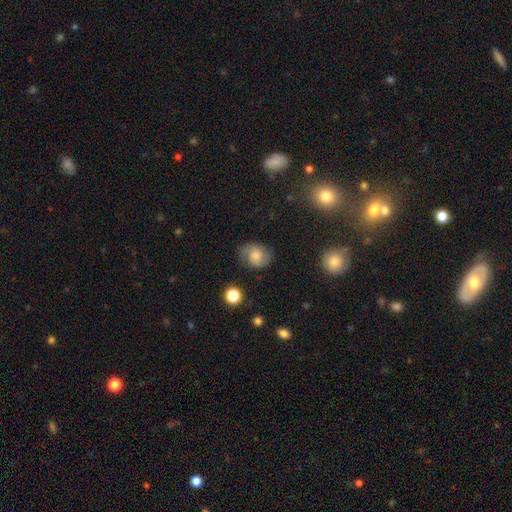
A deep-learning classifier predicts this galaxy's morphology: The model was most divided on "smooth or featured": smooth: 49%, featured or disk: 40%, star or artifact: 11%. More confident: merging — none (71%).